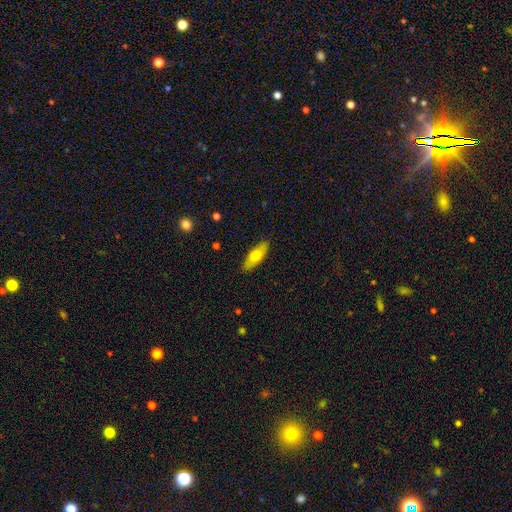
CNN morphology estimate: A smooth galaxy with no disk features (63%) that is in between round and cigar-shaped (67%). Merging: none (88%).